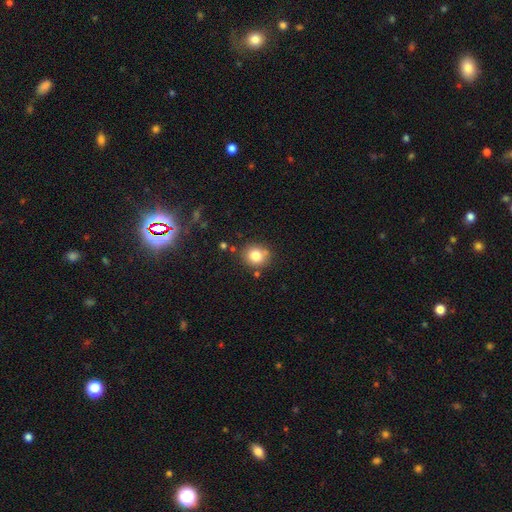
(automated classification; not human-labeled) smooth_or_featured: smooth (p=0.80) [alt: star or artifact p=0.11]
how_rounded: round (p=0.79) [alt: in between p=0.20]
merging: none (p=0.75) [alt: minor disturbance p=0.13]